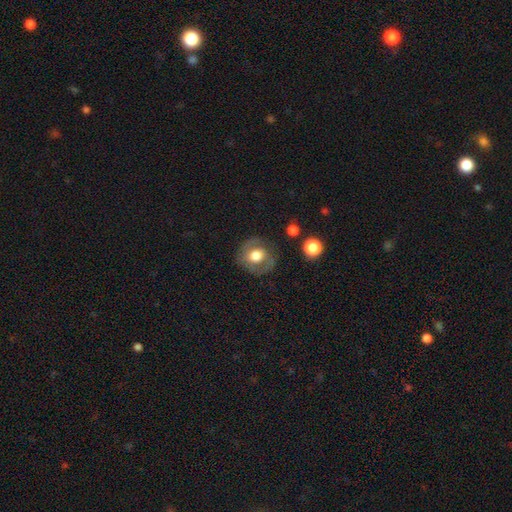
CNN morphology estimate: smooth-or-featured: smooth: 55% | featured or disk: 37% | star or artifact: 8%
  how-rounded: round: 75% | in between: 24% | cigar-shaped: 1%
  merging: none: 75% | minor disturbance: 15% | major disturbance: 8% | merger: 2%